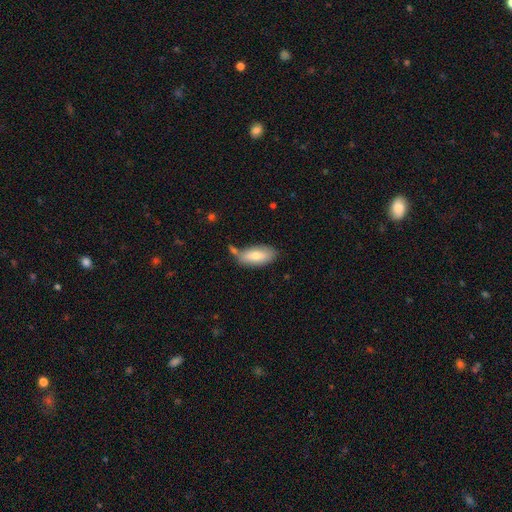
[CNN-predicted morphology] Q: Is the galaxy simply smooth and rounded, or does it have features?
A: smooth — 73%.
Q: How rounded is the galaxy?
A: in between — 87%.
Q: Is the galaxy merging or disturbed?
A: none — 62%.